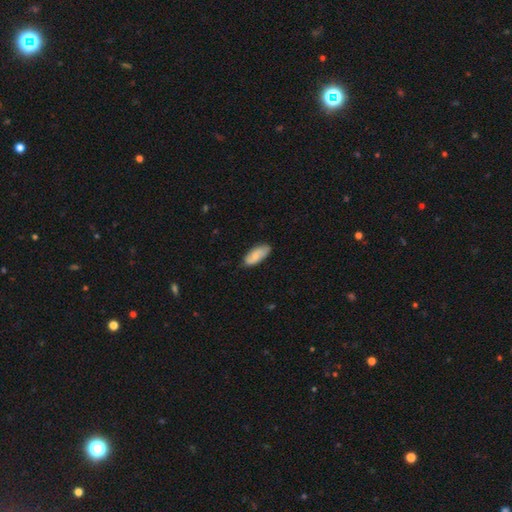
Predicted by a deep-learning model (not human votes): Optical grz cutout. It shows a smooth galaxy with no disk features (72%) that is in between round and cigar-shaped (86%). Merging: none (80%).